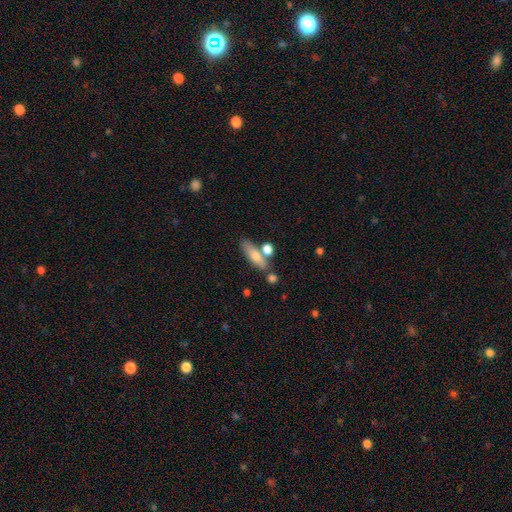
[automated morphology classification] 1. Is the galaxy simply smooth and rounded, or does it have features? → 70% smooth, 23% featured or disk, 8% star or artifact.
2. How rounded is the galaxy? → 48% cigar-shaped, 47% in between, 5% round.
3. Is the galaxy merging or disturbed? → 62% none, 19% merger, 14% minor disturbance, 5% major disturbance.